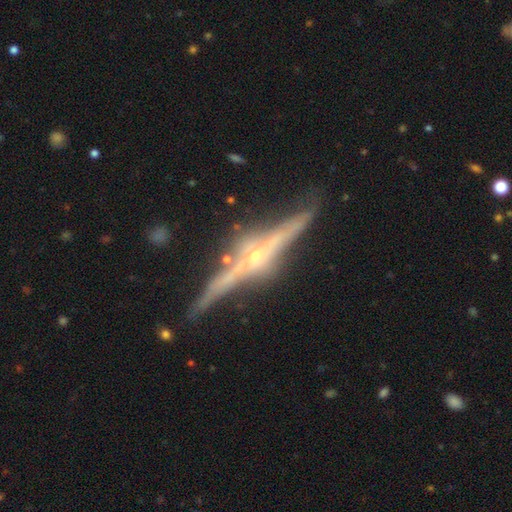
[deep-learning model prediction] The model was most divided on "merging": none: 81%, minor disturbance: 12%, merger: 4%, major disturbance: 3%. More confident: edge-on disk — yes (97%); smooth or featured — featured or disk (89%); edge-on bulge — rounded (82%).